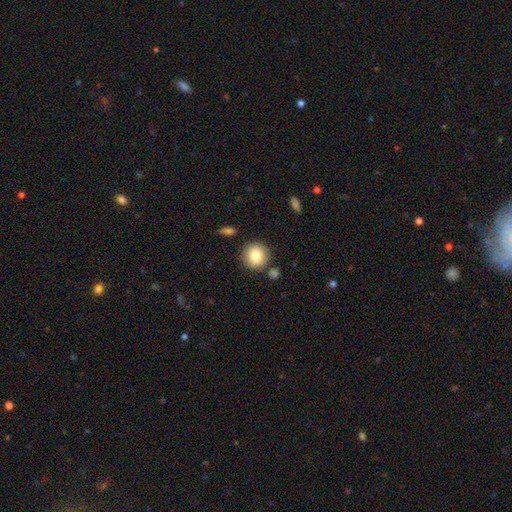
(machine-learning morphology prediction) Smooth or featured? Predicted: smooth (p=0.84). How rounded? Predicted: round (p=0.90). Merging? Predicted: none (p=0.82).